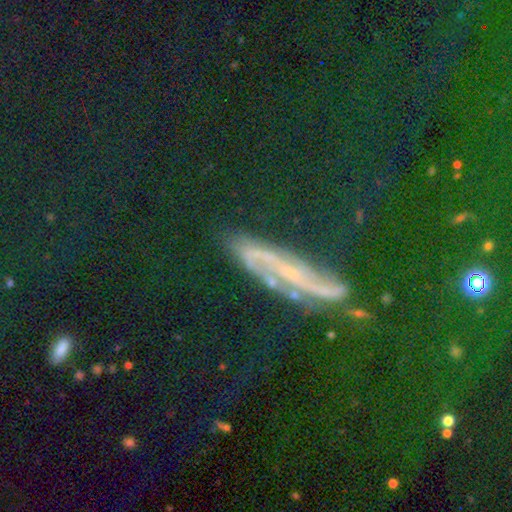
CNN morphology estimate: smooth_or_featured: featured or disk (p=0.61) [alt: smooth p=0.21]
disk_edge_on: no (p=0.79) [alt: yes p=0.21]
merging: none (p=0.60) [alt: minor disturbance p=0.20]